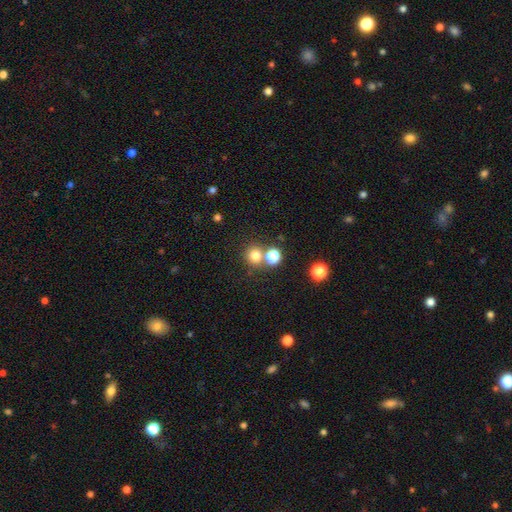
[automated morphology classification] This appears to be a smooth galaxy with no disk features (77%) that is round (88%). Merging: none (64%).